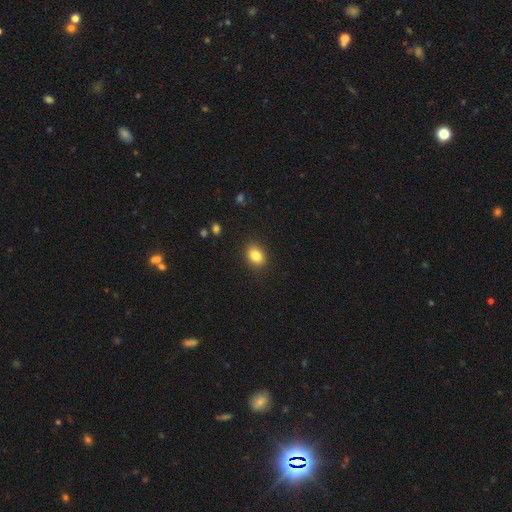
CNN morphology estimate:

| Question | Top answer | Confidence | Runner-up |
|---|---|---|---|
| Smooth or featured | smooth | 84% | star or artifact (10%) |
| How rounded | in between | 61% | round (38%) |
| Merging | none | 88% | minor disturbance (8%) |